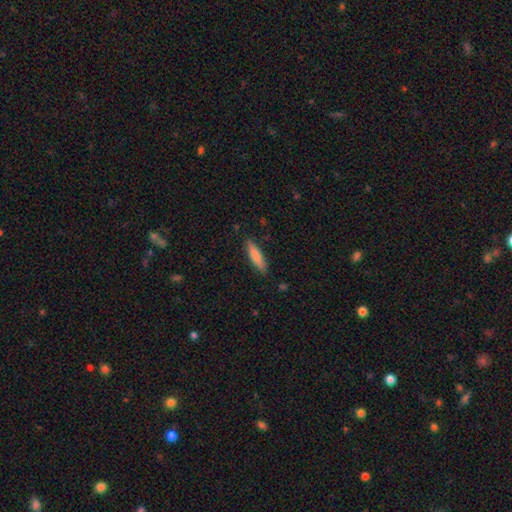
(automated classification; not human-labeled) Smooth or featured?
  - smooth: 78% *
  - featured or disk: 16%
  - star or artifact: 6%
How rounded?
  - cigar-shaped: 74% *
  - in between: 25%
  - round: 1%
Merging?
  - none: 86% *
  - minor disturbance: 11%
  - major disturbance: 2%
  - merger: 1%